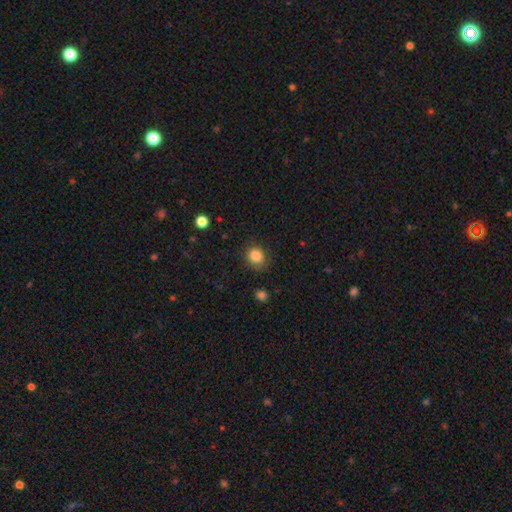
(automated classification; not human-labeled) Smooth or featured: smooth — 86% (star or artifact — 10%)
How rounded: round — 71% (in between — 28%)
Merging: none — 79% (minor disturbance — 15%)